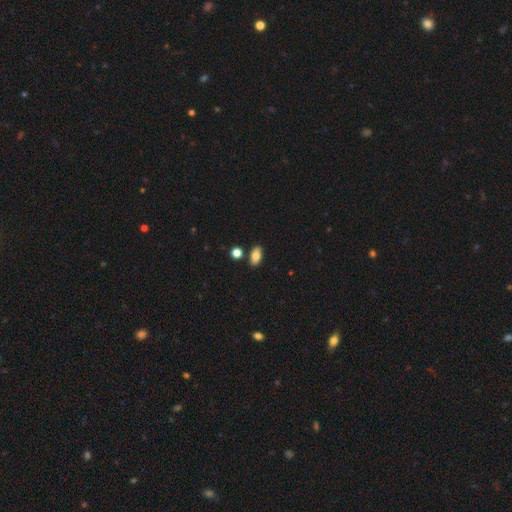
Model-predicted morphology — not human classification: smooth_or_featured: smooth (p=0.80) [alt: featured or disk p=0.11]
how_rounded: in between (p=0.89) [alt: round p=0.06]
merging: none (p=0.83) [alt: minor disturbance p=0.09]